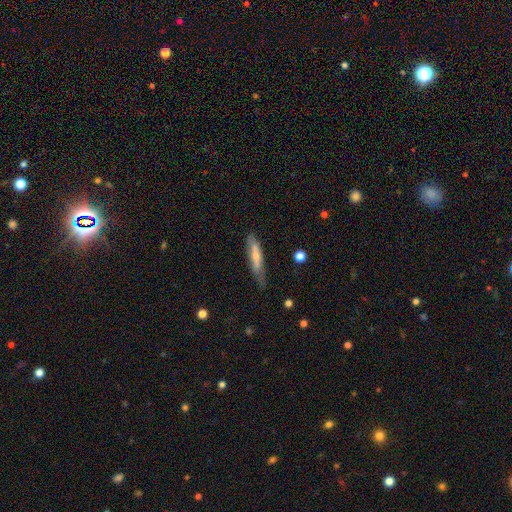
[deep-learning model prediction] Overall: featured or disk (50%; smooth 42%). Merging: none (75%).